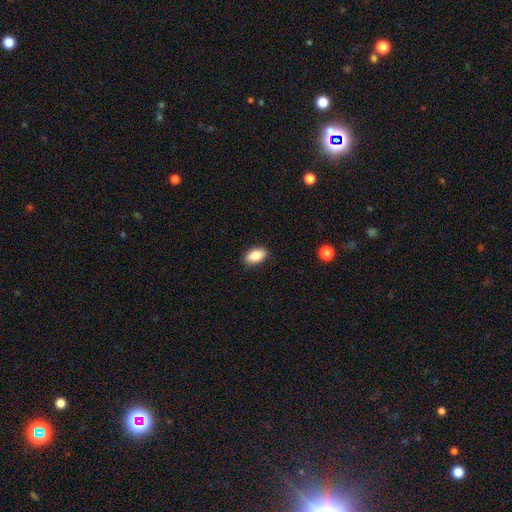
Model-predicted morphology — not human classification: type=smooth (85%); roundness=in between (91%); merging=none (89%).